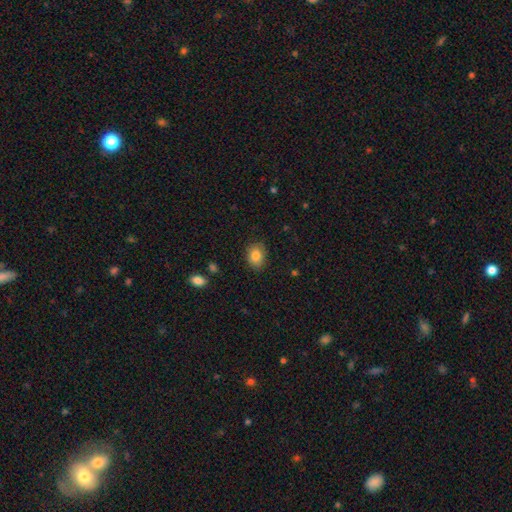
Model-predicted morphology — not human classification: Smooth or featured?
  - smooth: 84% *
  - star or artifact: 8%
  - featured or disk: 8%
How rounded?
  - in between: 64% *
  - round: 35%
  - cigar-shaped: 1%
Merging?
  - none: 84% *
  - minor disturbance: 12%
  - major disturbance: 3%
  - merger: 1%